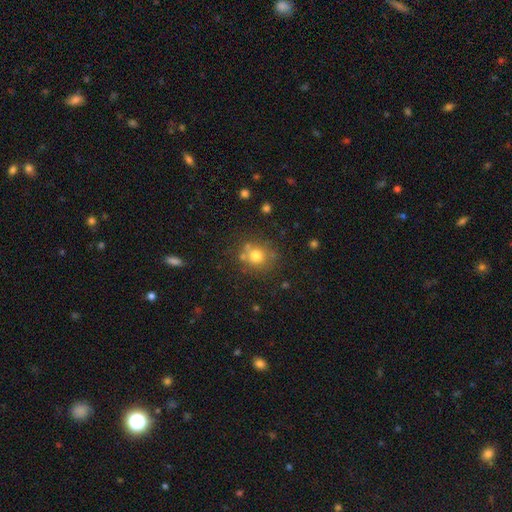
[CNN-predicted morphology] Smooth or featured?
  - smooth: 74% *
  - star or artifact: 15%
  - featured or disk: 11%
How rounded?
  - round: 83% *
  - in between: 16%
  - cigar-shaped: 1%
Merging?
  - none: 70% *
  - minor disturbance: 14%
  - merger: 11%
  - major disturbance: 5%